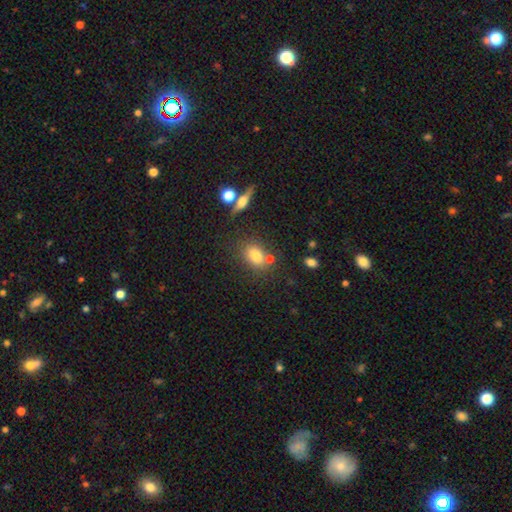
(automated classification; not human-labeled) Smooth or featured? Predicted: smooth (p=0.78). How rounded? Predicted: in between (p=0.74). Merging? Predicted: none (p=0.66).